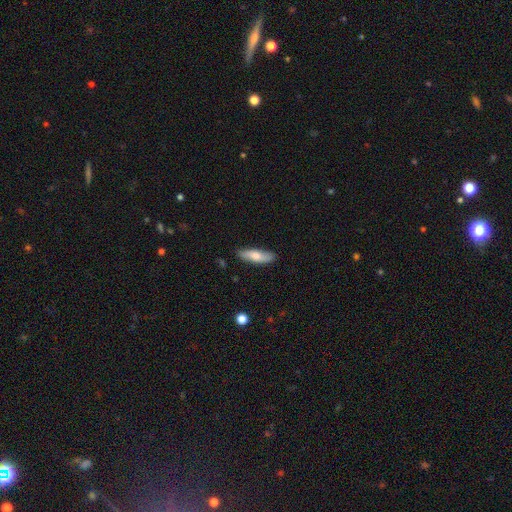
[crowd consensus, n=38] Smooth or featured?
  - smooth: 76% *
  - featured or disk: 21%
  - star or artifact: 3%
How rounded?
  - cigar-shaped: 66% *
  - in between: 34%
  - round: 0%
Merging?
  - none: 78% *
  - minor disturbance: 22%
  - major disturbance: 0%
  - merger: 0%